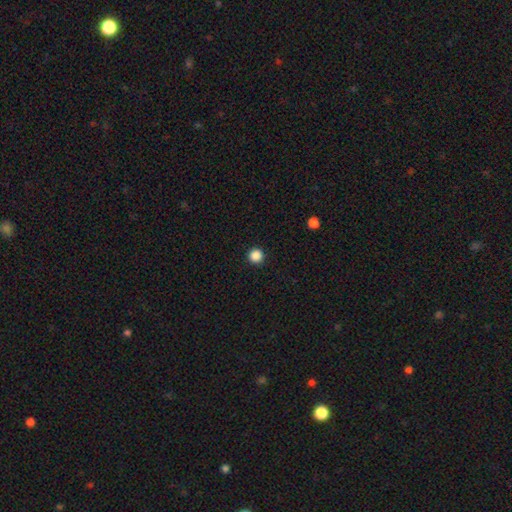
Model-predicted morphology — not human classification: smooth 87%, star or artifact 11%, featured or disk 2%. Down the decision tree: how rounded — round (97%); merging — none (94%).